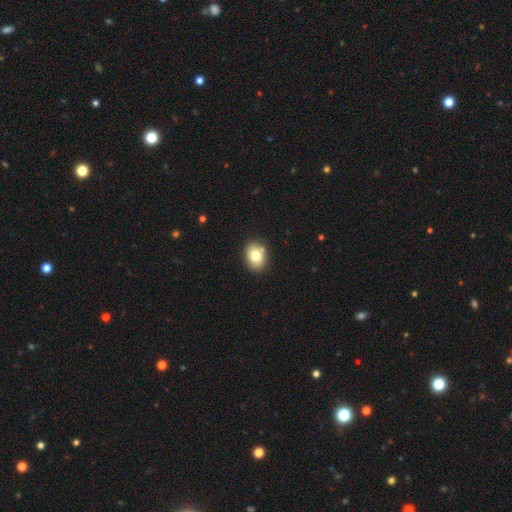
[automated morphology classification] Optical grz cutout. It shows a smooth galaxy with no disk features (79%) that is in between round and cigar-shaped (60%). Merging: none (82%).